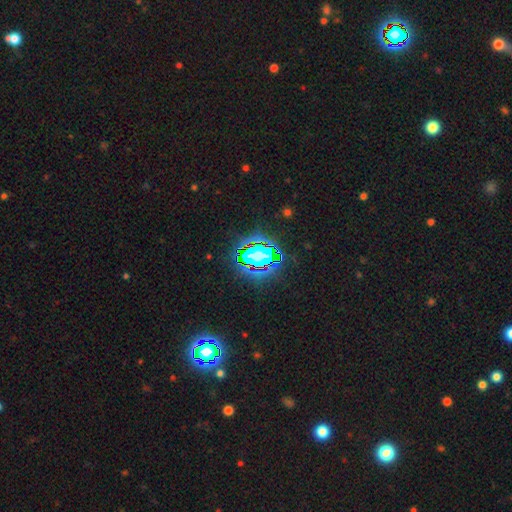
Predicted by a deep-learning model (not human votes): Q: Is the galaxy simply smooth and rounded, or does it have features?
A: star or artifact — 65%.